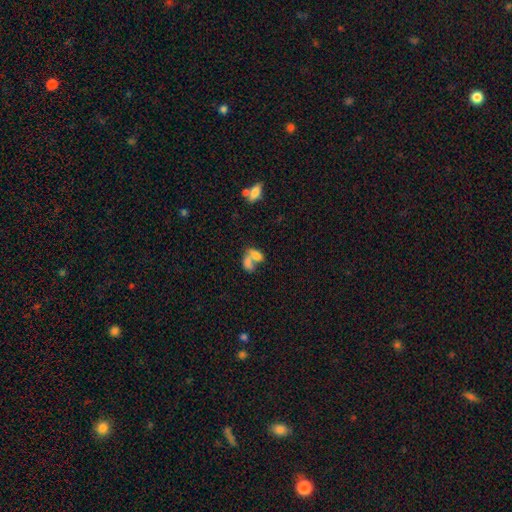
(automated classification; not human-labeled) The model was most divided on "merging": merger: 69%, none: 18%, minor disturbance: 7%, major disturbance: 6%. More confident: how rounded — in between (85%); smooth or featured — smooth (72%).